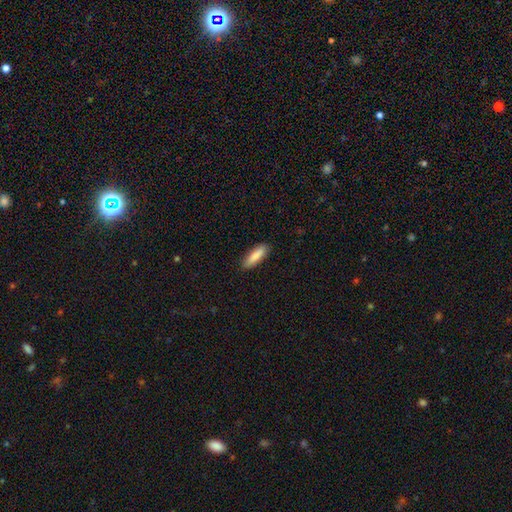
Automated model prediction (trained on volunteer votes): Overall: smooth (86%). How rounded: cigar-shaped (59%; in between 39%). Merging: none (89%).